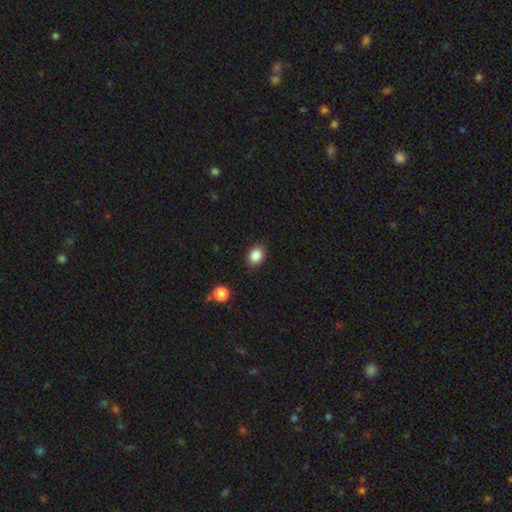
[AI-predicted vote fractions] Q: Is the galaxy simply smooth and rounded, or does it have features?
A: smooth — 85%.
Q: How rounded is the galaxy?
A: in between — 57%.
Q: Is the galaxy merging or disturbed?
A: none — 84%.